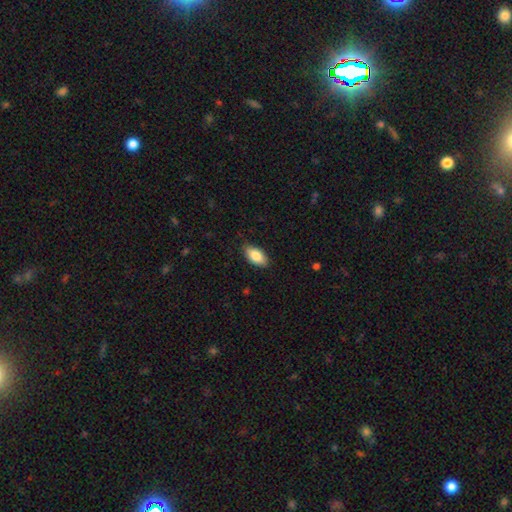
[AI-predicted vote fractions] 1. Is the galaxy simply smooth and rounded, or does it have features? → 86% smooth, 8% featured or disk, 6% star or artifact.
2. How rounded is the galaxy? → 93% in between, 4% cigar-shaped, 3% round.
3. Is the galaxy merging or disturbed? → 81% none, 15% minor disturbance, 3% major disturbance, 1% merger.